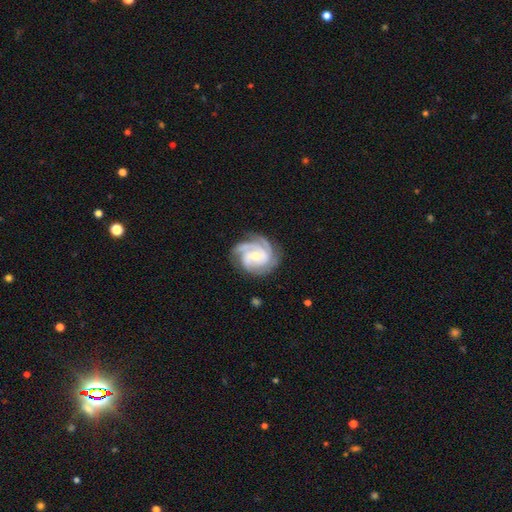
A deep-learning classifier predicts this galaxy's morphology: A featured or disk galaxy (89%) with no bar (51%), 3 (56%) tight (65%) spiral arms (98%) and a small central bulge (50%).

Vote fractions:
- Smooth or featured? featured or disk: 89% / smooth: 6% / star or artifact: 4%
- Edge-on disk? no: 98% / yes: 2%
- Bar? no: 51% / weak: 38% / strong: 11%
- Spiral arms? yes: 98% / no: 2%
- Spiral winding? tight: 65% / medium: 31% / loose: 4%
- Spiral arm count? 3: 56% / 4: 14% / 2: 12% / can't tell: 10% / 1: 4% / more than 4: 4%
- Bulge size? small: 50% / moderate: 45% / large: 2% / none: 2% / dominant: 1%
- Merging? none: 74% / minor disturbance: 18% / major disturbance: 7% / merger: 2%